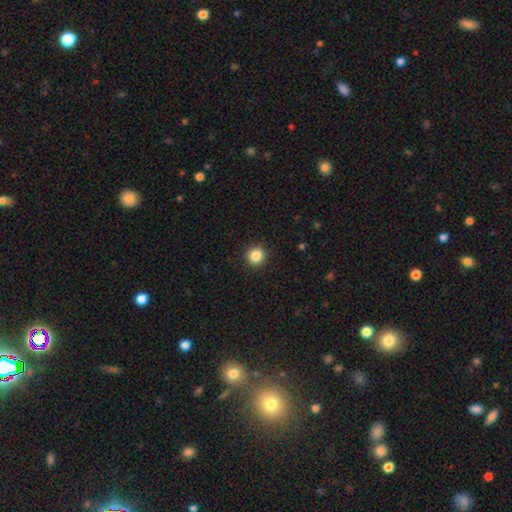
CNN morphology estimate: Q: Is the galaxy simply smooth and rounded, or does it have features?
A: smooth — 86%.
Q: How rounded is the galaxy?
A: round — 95%.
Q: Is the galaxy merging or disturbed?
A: none — 93%.